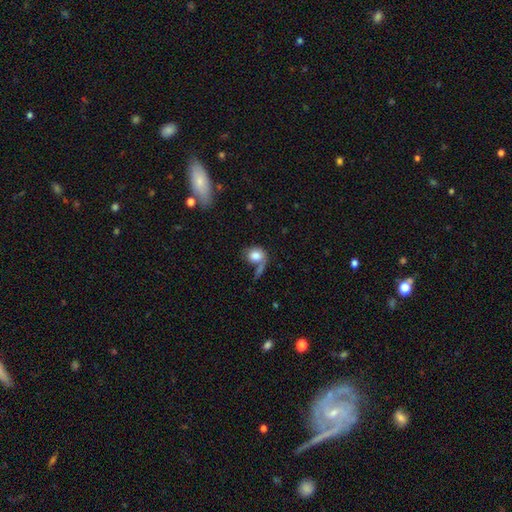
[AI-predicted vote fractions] Q: Smooth or featured?
A: smooth (78%); runner-up: featured or disk (14%)
Q: How rounded?
A: round (58%); runner-up: in between (41%)
Q: Merging?
A: none (40%); runner-up: merger (23%)